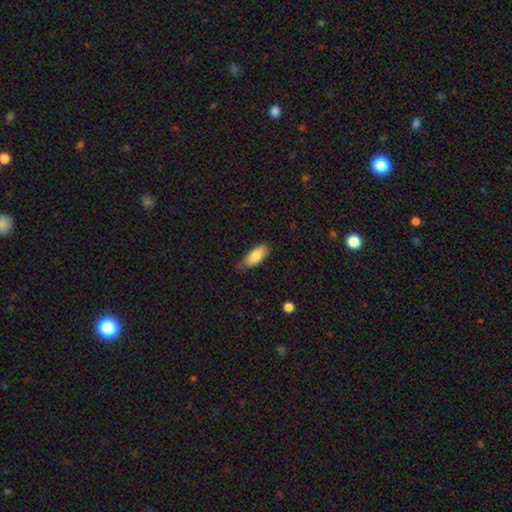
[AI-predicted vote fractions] smooth 82%, featured or disk 12%, star or artifact 6%. Down the decision tree: how rounded — in between (85%); merging — none (74%).